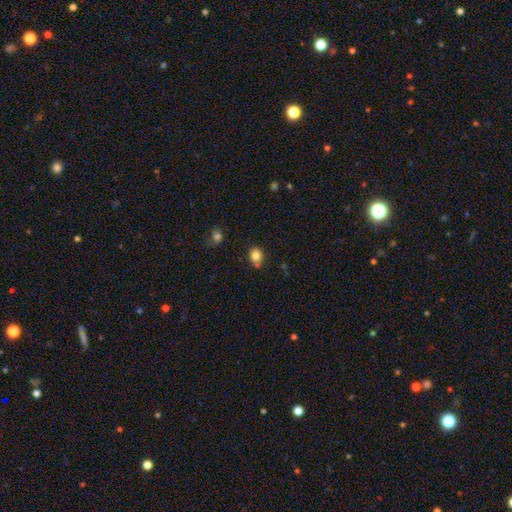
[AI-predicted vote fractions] This is clearly a smooth galaxy (82%). How rounded: possibly in between (50%). Merging: likely none (65%).